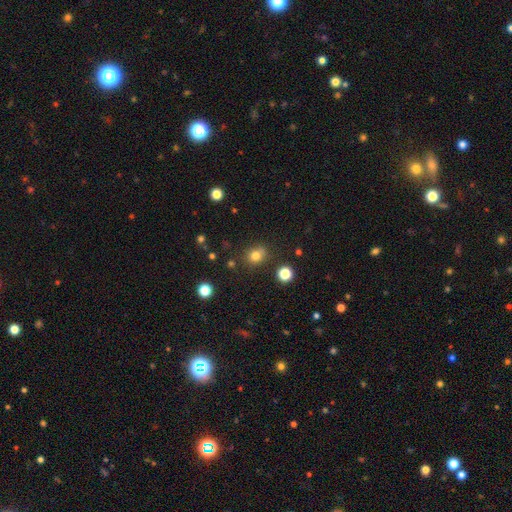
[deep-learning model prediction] Overall: smooth (79%). How rounded: round (71%). Merging: none (76%).